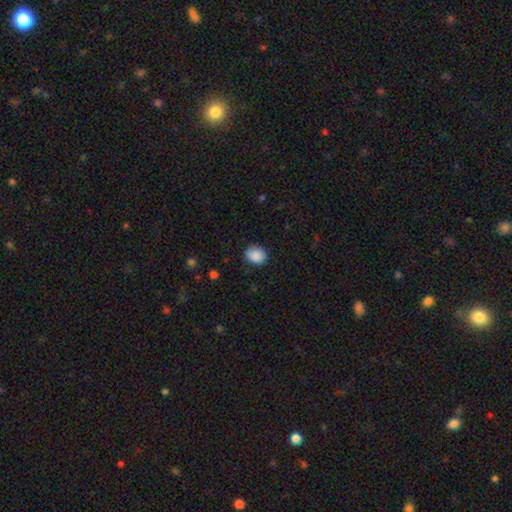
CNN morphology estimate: This appears to be a smooth galaxy with no disk features (88%) that is round (55%). Merging: none (82%).